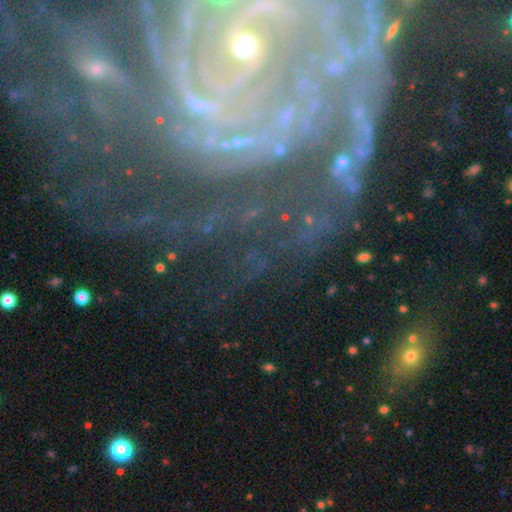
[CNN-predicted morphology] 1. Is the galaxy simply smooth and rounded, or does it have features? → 80% featured or disk, 12% star or artifact, 7% smooth.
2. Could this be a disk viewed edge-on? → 96% no, 4% yes.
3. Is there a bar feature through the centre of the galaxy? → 45% no, 28% weak, 27% strong.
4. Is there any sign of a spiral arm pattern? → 96% yes, 4% no.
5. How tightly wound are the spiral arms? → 73% tight, 21% medium, 6% loose.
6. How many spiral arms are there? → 22% can't tell, 18% 2, 18% 3, 15% 4, 15% more than 4, 12% 1.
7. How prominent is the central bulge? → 71% small, 19% moderate, 5% none, 3% large, 2% dominant.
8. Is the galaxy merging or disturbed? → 67% none, 16% minor disturbance, 13% major disturbance, 4% merger.